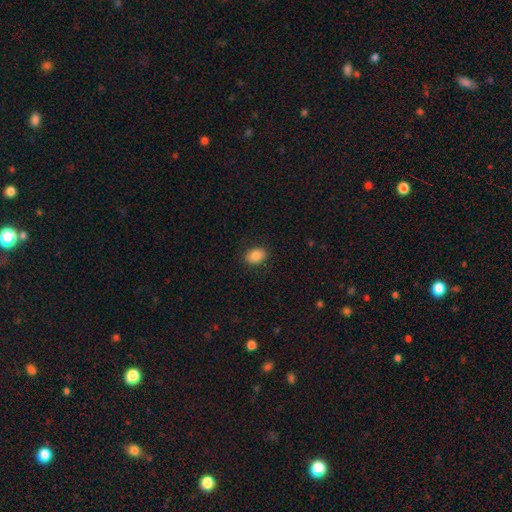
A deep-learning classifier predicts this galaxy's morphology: This is clearly a smooth galaxy (86%). How rounded: likely in between (77%). Merging: clearly none (89%).